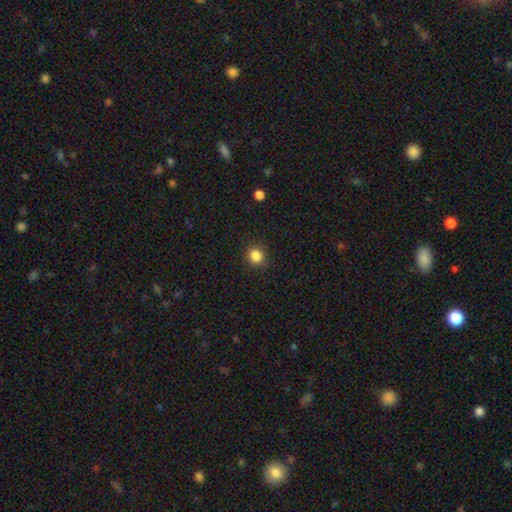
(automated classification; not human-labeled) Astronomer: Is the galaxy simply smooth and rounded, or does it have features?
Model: smooth — 85%.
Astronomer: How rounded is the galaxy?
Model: round — 85%.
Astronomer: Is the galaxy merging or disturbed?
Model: none — 90%.